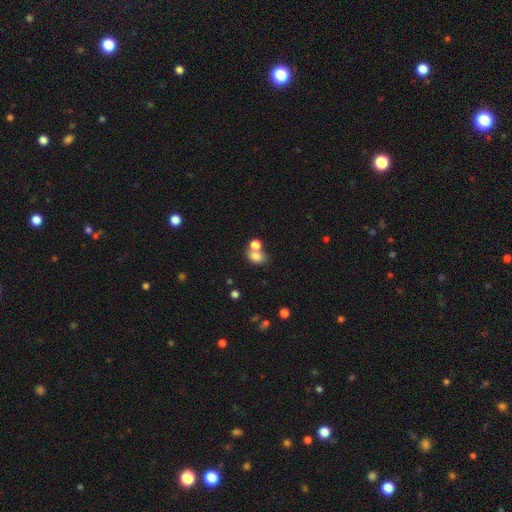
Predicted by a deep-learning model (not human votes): This appears to be a smooth galaxy with no disk features (77%) that is in between round and cigar-shaped (64%). Merging: merger (46%).